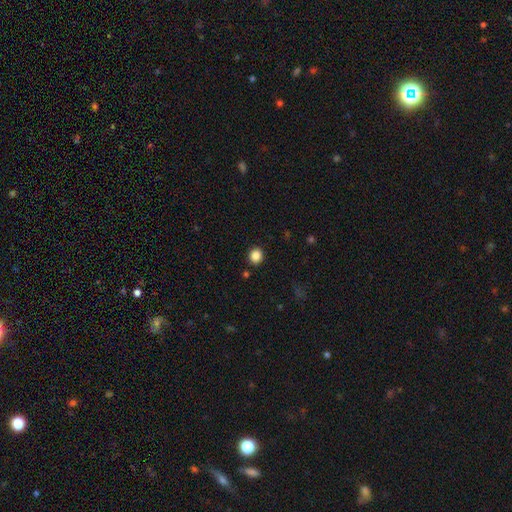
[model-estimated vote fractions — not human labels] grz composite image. It shows a smooth galaxy with no disk features (86%) that is round (81%). Merging: none (90%).